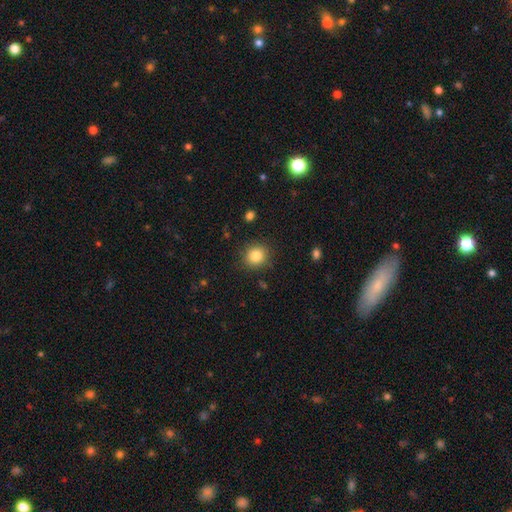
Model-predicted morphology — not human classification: Smooth or featured? smooth (84%)
How rounded? round (84%)
Merging? none (88%)